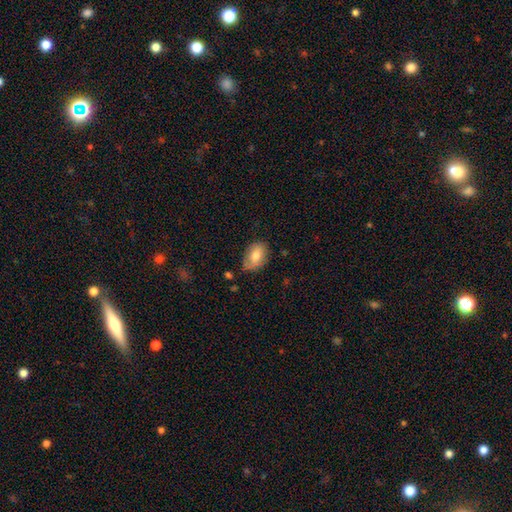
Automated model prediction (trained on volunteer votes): smooth-or-featured: smooth: 76% | featured or disk: 16% | star or artifact: 7%
  how-rounded: in between: 84% | round: 15% | cigar-shaped: 1%
  merging: none: 73% | minor disturbance: 21% | major disturbance: 4% | merger: 2%